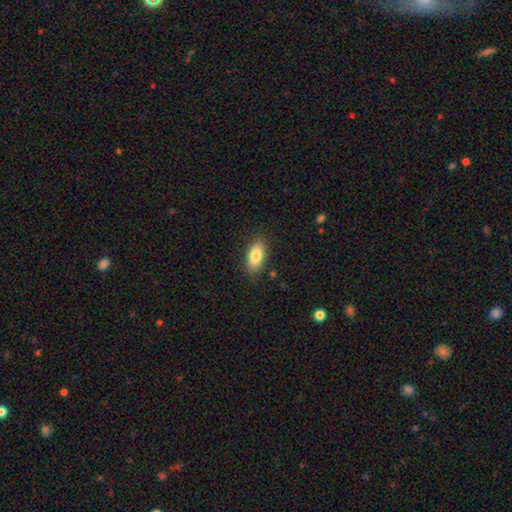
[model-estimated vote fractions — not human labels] smooth-or-featured: smooth: 83% | featured or disk: 10% | star or artifact: 7%
  how-rounded: in between: 88% | cigar-shaped: 9% | round: 3%
  merging: none: 86% | minor disturbance: 10% | major disturbance: 2% | merger: 1%